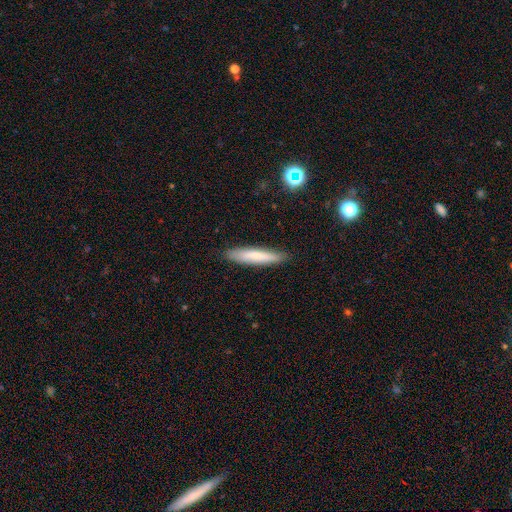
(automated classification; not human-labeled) Overall: smooth (72%). How rounded: cigar-shaped (90%). Merging: none (88%).